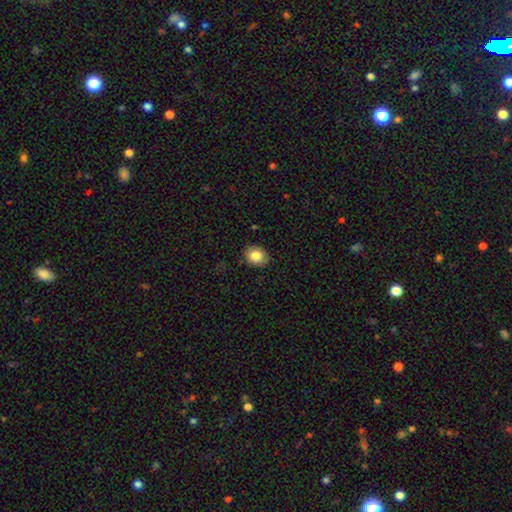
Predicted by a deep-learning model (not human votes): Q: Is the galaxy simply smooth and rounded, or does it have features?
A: smooth — 83%.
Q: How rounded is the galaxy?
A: round — 64%.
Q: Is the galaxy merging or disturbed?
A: none — 87%.